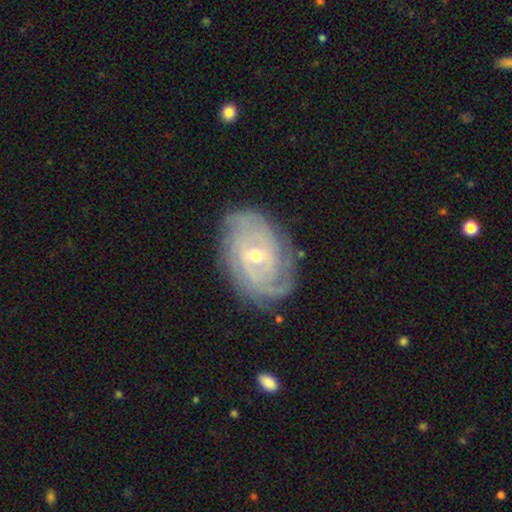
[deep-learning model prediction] Overall: featured or disk (85%). Edge-on disk: no (96%). Bar: weak (46%; no 42%). Spiral arms: yes (94%). Spiral arm count: can't tell (39%; 2 20%). Spiral winding: tight (76%). Bulge size: small (54%; moderate 43%). Merging: none (76%).